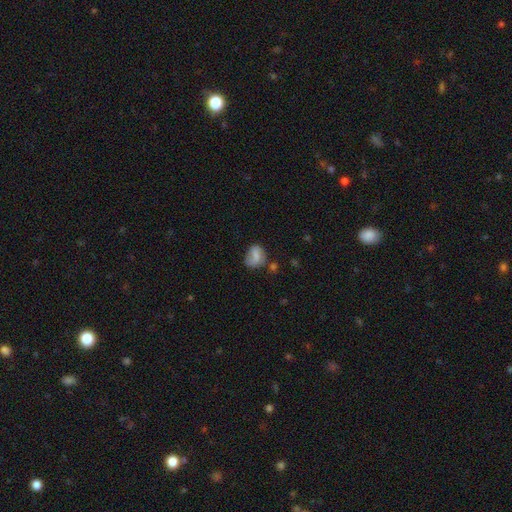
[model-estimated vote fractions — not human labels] Smooth or featured? smooth (62%)
How rounded? in between (56%)
Merging? none (48%)